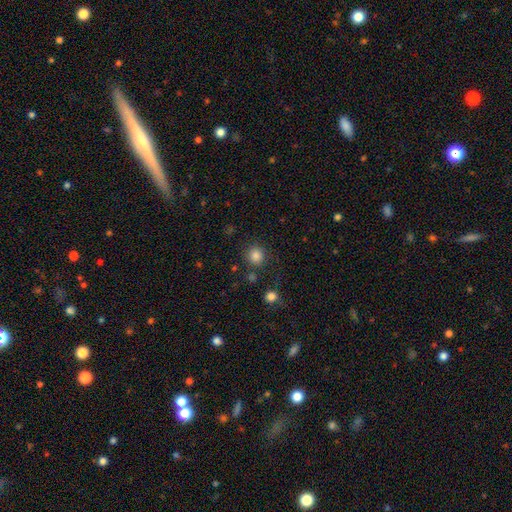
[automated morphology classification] smooth 83%, star or artifact 12%, featured or disk 4%. Down the decision tree: how rounded — round (92%); merging — none (83%).